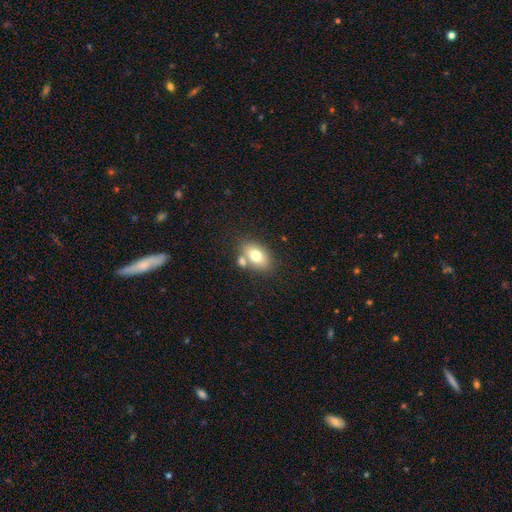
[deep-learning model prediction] Smooth or featured: smooth — 74% (featured or disk — 17%)
How rounded: in between — 83% (round — 15%)
Merging: none — 61% (merger — 23%)